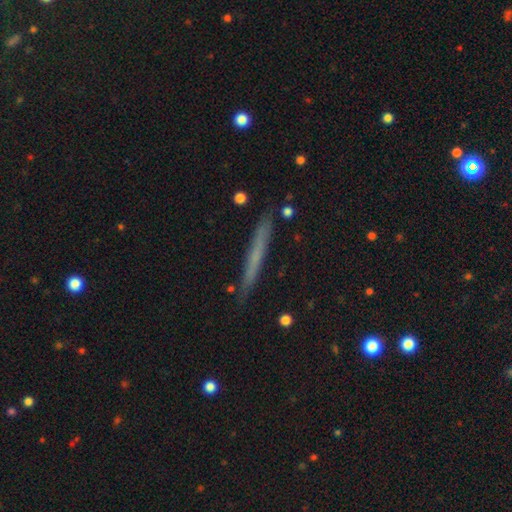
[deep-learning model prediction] Q: Smooth or featured?
A: smooth (50%); runner-up: featured or disk (41%)
Q: How rounded?
A: cigar-shaped (96%); runner-up: in between (2%)
Q: Merging?
A: none (87%); runner-up: minor disturbance (10%)